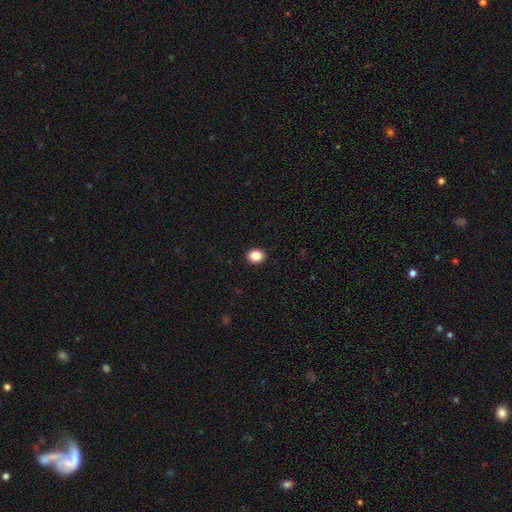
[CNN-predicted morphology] This appears to be a smooth galaxy with no disk features (87%) that is round (58%). Merging: none (92%).